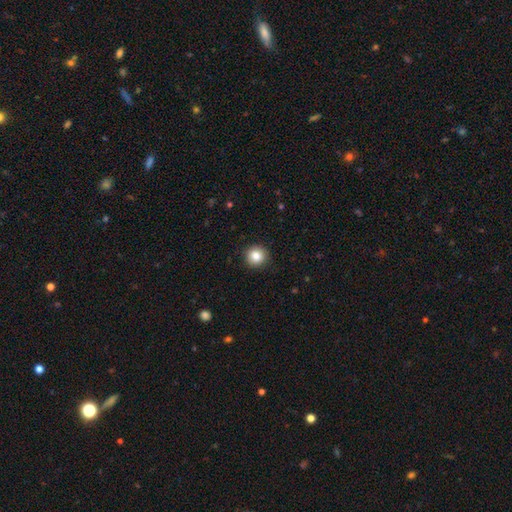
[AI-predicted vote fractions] Q: Smooth or featured?
A: smooth (85%); runner-up: star or artifact (10%)
Q: How rounded?
A: round (93%); runner-up: in between (6%)
Q: Merging?
A: none (92%); runner-up: minor disturbance (6%)